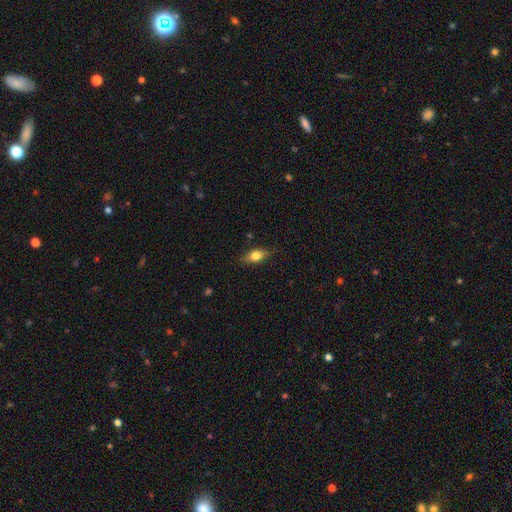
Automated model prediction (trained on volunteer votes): Smooth or featured?
  - smooth: 69% *
  - featured or disk: 23%
  - star or artifact: 8%
How rounded?
  - in between: 77% *
  - cigar-shaped: 14%
  - round: 8%
Merging?
  - none: 79% *
  - minor disturbance: 16%
  - major disturbance: 3%
  - merger: 1%